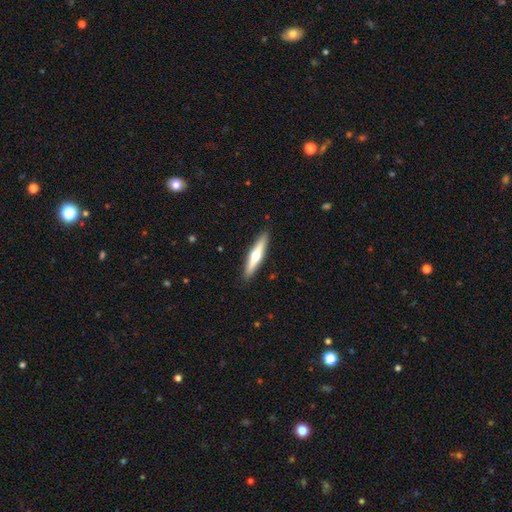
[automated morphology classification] A featured or disk galaxy (56%) viewed edge-on (95%) with a rounded central bulge (93%).

Vote fractions:
- Smooth or featured? featured or disk: 56% / smooth: 39% / star or artifact: 5%
- Edge-on disk? yes: 95% / no: 5%
- Edge-on bulge? rounded: 93% / none: 5% / boxy: 2%
- Merging? none: 91% / minor disturbance: 7% / major disturbance: 1% / merger: 1%